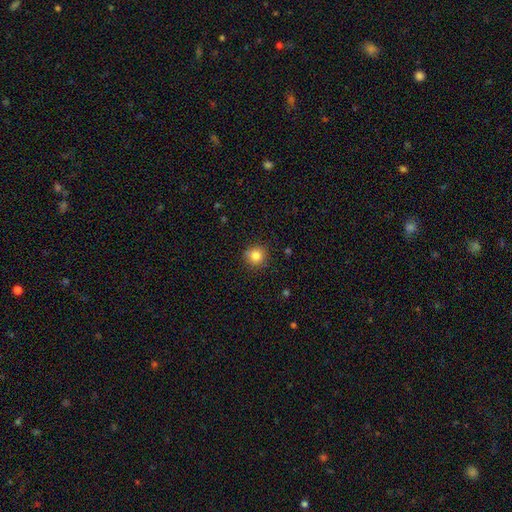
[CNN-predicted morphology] Q: Smooth or featured?
A: smooth (83%); runner-up: star or artifact (11%)
Q: How rounded?
A: round (90%); runner-up: in between (9%)
Q: Merging?
A: none (85%); runner-up: minor disturbance (11%)